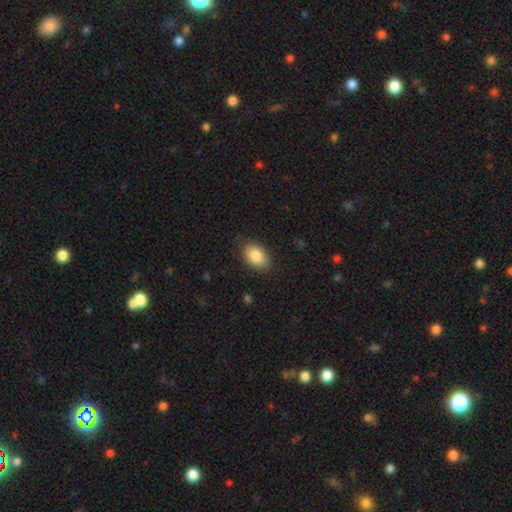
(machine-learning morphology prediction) A smooth galaxy with no disk features (87%) that is in between round and cigar-shaped (89%).

Vote fractions:
- Smooth or featured? smooth: 87% / star or artifact: 7% / featured or disk: 6%
- How rounded? in between: 89% / round: 10% / cigar-shaped: 1%
- Merging? none: 83% / minor disturbance: 13% / major disturbance: 3% / merger: 1%